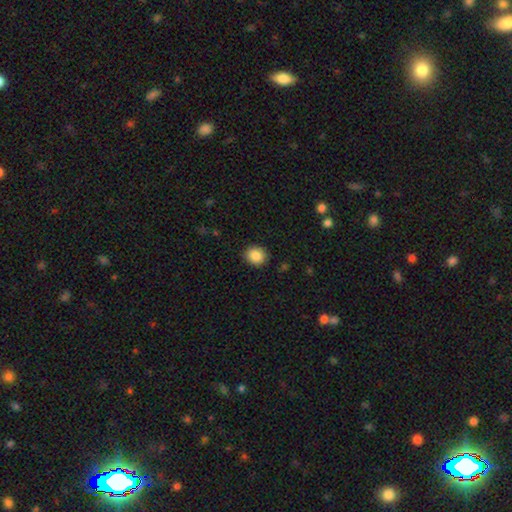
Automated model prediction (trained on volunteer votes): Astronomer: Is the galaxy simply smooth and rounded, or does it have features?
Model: smooth — 88%.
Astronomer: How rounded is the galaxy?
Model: round — 74%.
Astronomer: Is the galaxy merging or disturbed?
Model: none — 89%.